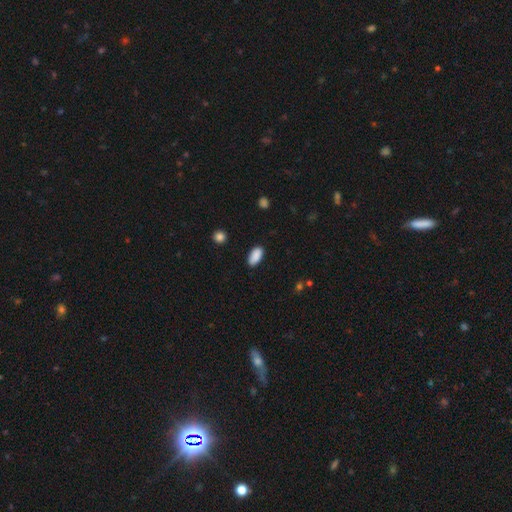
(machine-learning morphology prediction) A smooth galaxy with no disk features (90%) that is in between round and cigar-shaped (93%).

Vote fractions:
- Smooth or featured? smooth: 90% / star or artifact: 7% / featured or disk: 3%
- How rounded? in between: 93% / cigar-shaped: 4% / round: 3%
- Merging? none: 86% / minor disturbance: 10% / major disturbance: 2% / merger: 1%